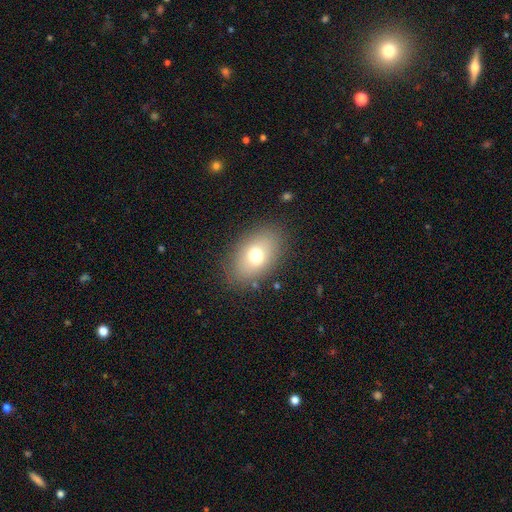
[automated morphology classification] A smooth galaxy with no disk features (71%) that is in between round and cigar-shaped (83%).

Vote fractions:
- Smooth or featured? smooth: 71% / featured or disk: 17% / star or artifact: 11%
- How rounded? in between: 83% / round: 16% / cigar-shaped: 1%
- Merging? none: 84% / minor disturbance: 10% / major disturbance: 4% / merger: 1%